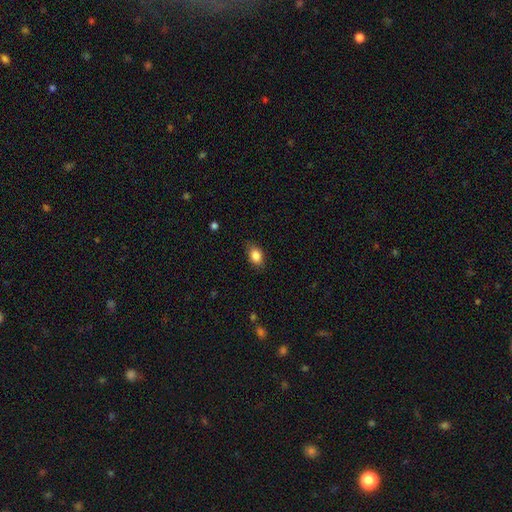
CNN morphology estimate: A smooth galaxy with no disk features (86%) that is in between round and cigar-shaped (78%). Merging: none (81%).